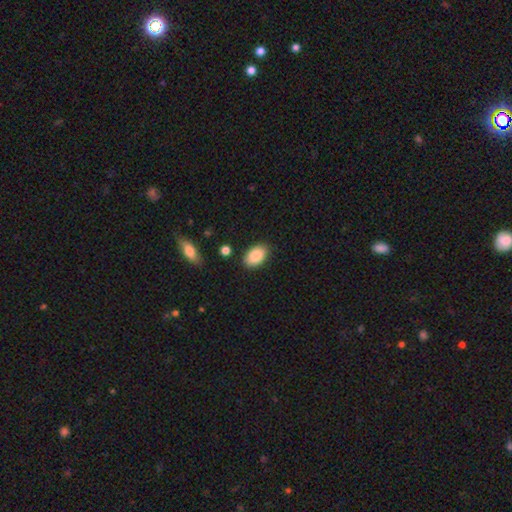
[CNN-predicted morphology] A smooth galaxy with no disk features (88%) that is in between round and cigar-shaped (93%). Merging: none (86%).